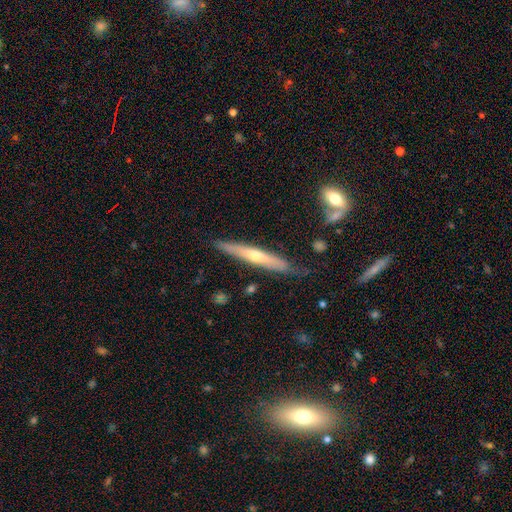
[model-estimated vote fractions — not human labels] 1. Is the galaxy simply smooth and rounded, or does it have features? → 55% featured or disk, 39% smooth, 6% star or artifact.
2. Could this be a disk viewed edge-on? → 90% yes, 10% no.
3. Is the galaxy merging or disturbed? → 79% none, 16% minor disturbance, 3% major disturbance, 2% merger.